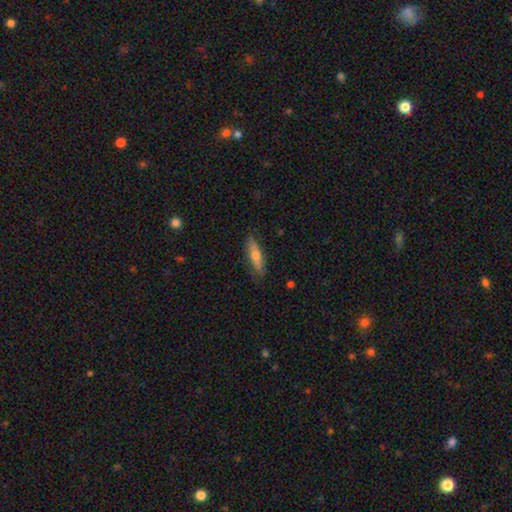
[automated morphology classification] Q: Smooth or featured?
A: smooth (60%); runner-up: featured or disk (34%)
Q: How rounded?
A: cigar-shaped (62%); runner-up: in between (36%)
Q: Merging?
A: none (80%); runner-up: minor disturbance (16%)